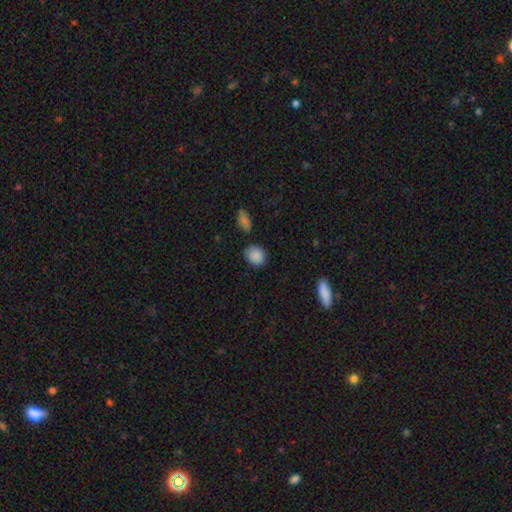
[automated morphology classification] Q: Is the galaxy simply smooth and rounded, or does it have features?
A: smooth — 88%.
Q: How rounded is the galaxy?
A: round — 63%.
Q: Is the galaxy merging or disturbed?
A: none — 80%.